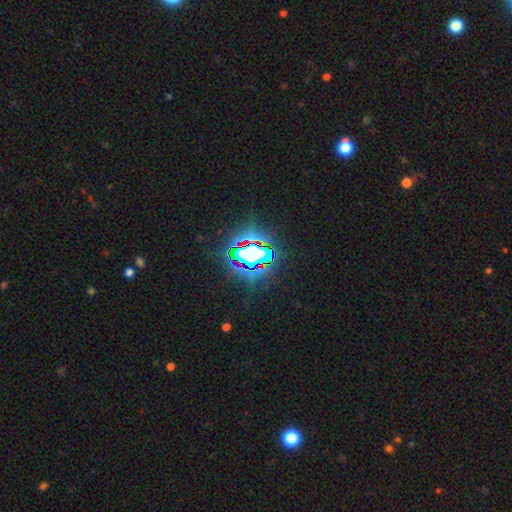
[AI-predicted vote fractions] Q: Smooth or featured?
A: star or artifact (85%); runner-up: smooth (8%)